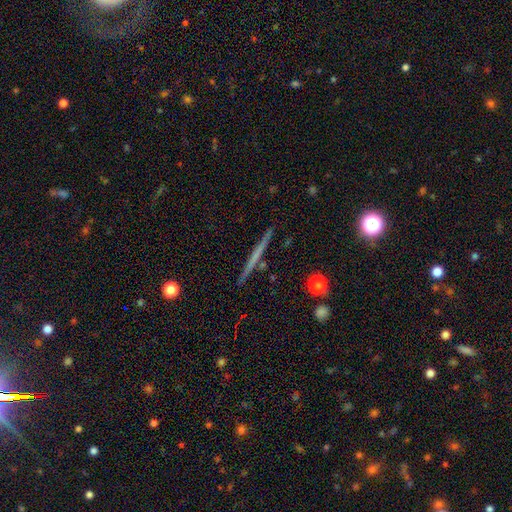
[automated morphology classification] A featured or disk galaxy (54%) viewed edge-on (98%) with no central bulge (88%). Merging: none (91%).